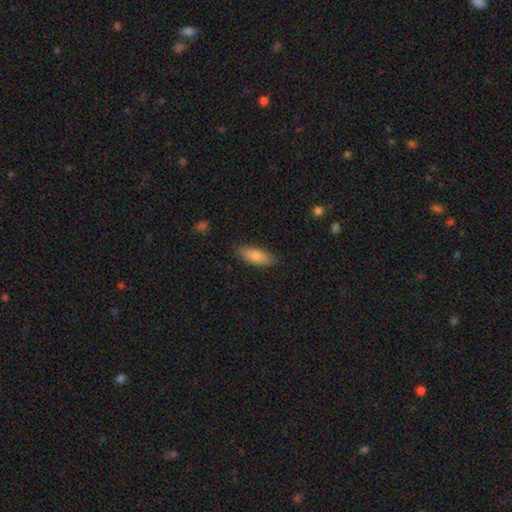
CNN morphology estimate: Overall: smooth (80%). How rounded: in between (67%; cigar-shaped 31%). Merging: none (87%).